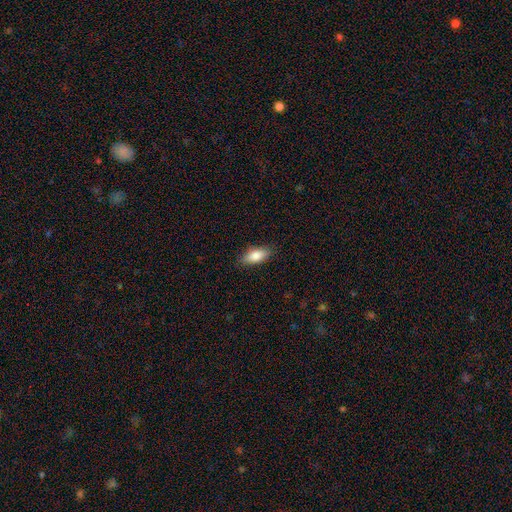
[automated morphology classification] Smooth or featured: smooth — 83% (featured or disk — 11%)
How rounded: in between — 81% (cigar-shaped — 16%)
Merging: none — 86% (minor disturbance — 11%)